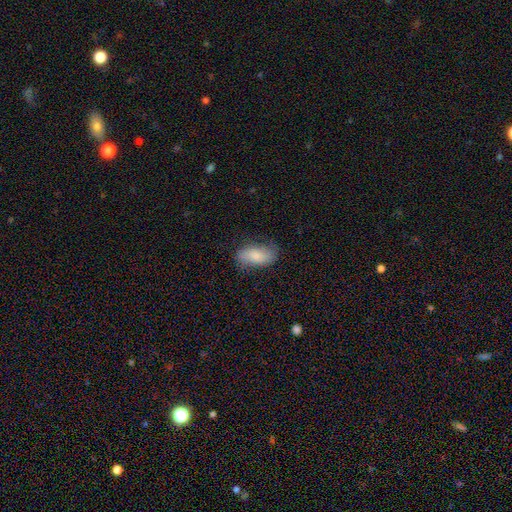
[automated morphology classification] This is likely a smooth galaxy (75%). How rounded: clearly in between (90%). Merging: likely none (72%).